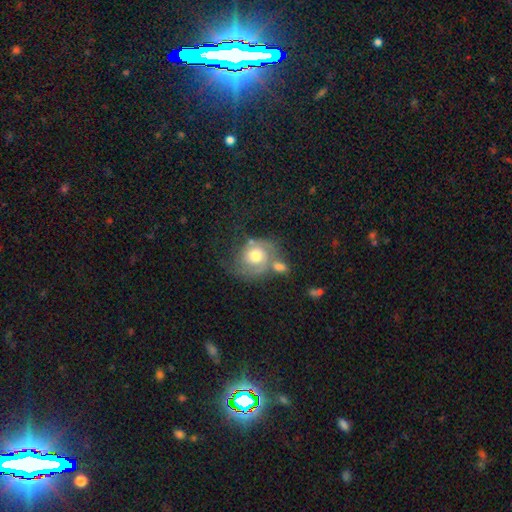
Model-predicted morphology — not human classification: Overall: featured or disk (66%; smooth 27%). Edge-on disk: no (97%). Bar: no (80%). Spiral arms: yes (84%). Spiral arm count: 2 (55%; 1 23%). Spiral winding: tight (51%; medium 34%). Bulge size: moderate (66%). Merging: none (37%; merger 26%).